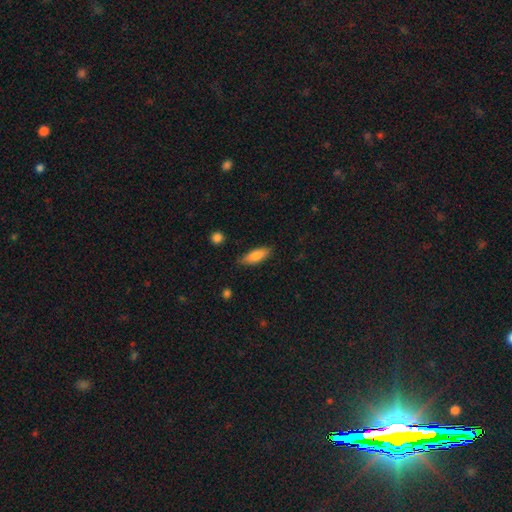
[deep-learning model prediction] smooth_or_featured: smooth (p=0.81) [alt: featured or disk p=0.12]
how_rounded: in between (p=0.68) [alt: cigar-shaped p=0.30]
merging: none (p=0.81) [alt: minor disturbance p=0.15]